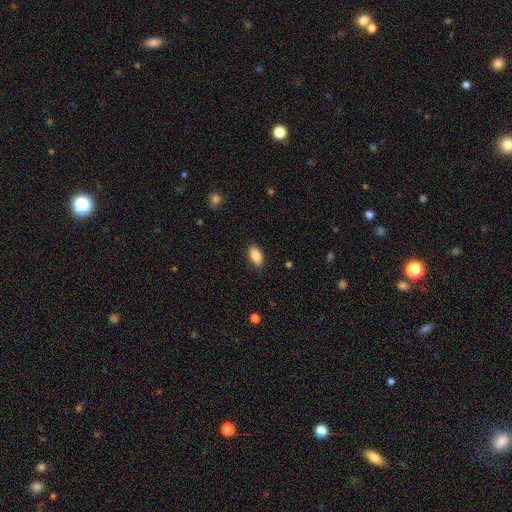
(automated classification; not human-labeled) smooth-or-featured: smooth: 87% | star or artifact: 7% | featured or disk: 6%
  how-rounded: in between: 92% | cigar-shaped: 4% | round: 4%
  merging: none: 87% | minor disturbance: 10% | major disturbance: 2% | merger: 1%